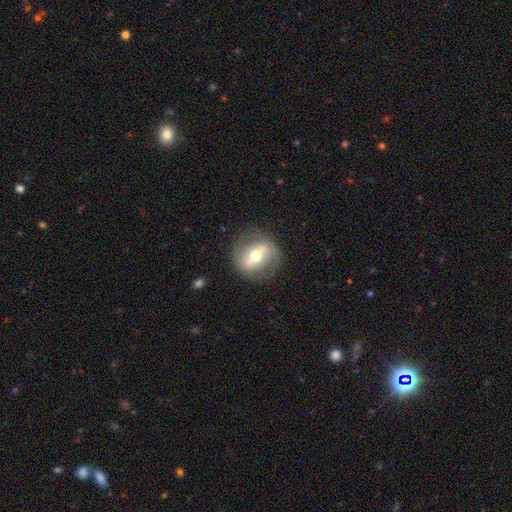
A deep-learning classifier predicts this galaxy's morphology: Overall: featured or disk (60%; smooth 33%). Edge-on disk: no (88%). Bar: strong (50%; weak 32%). Spiral arms: no (55%; yes 45%). Bulge size: moderate (71%). Merging: none (80%).